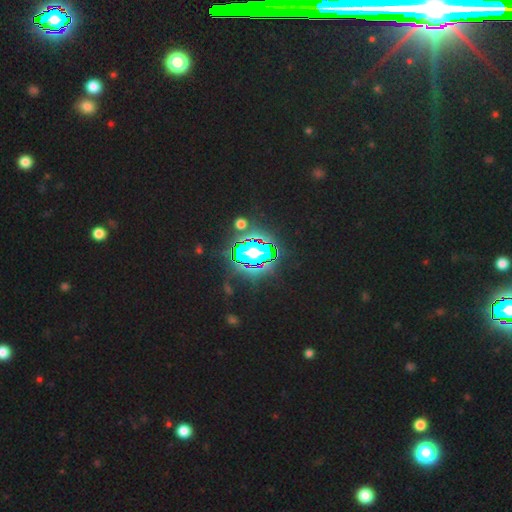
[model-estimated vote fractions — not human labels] Smooth or featured? star or artifact (81%)